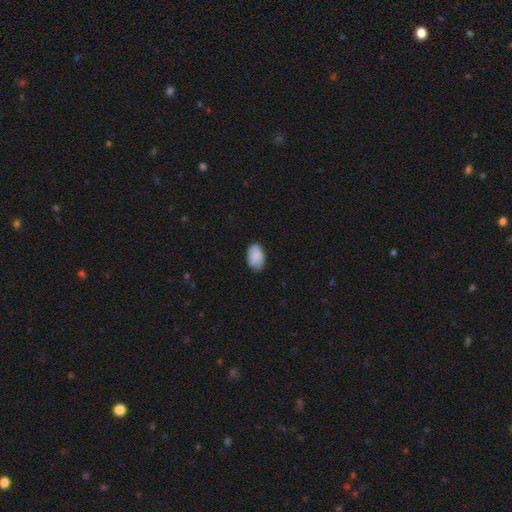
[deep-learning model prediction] This appears to be a smooth galaxy with no disk features (86%) that is in between round and cigar-shaped (91%). Merging: none (78%).